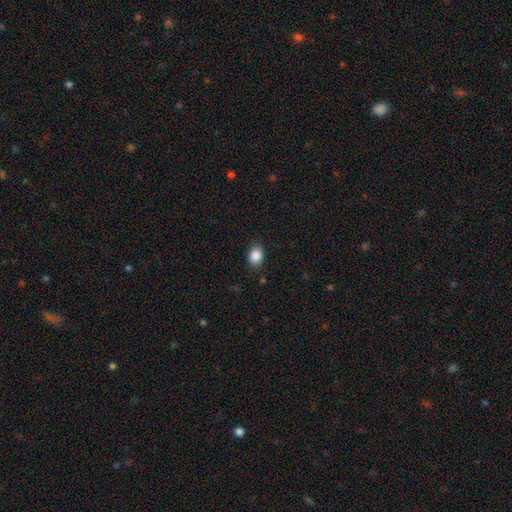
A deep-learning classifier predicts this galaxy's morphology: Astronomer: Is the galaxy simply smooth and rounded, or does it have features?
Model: smooth — 87%.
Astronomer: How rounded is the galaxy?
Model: in between — 70%.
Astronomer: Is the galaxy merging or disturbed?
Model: none — 87%.